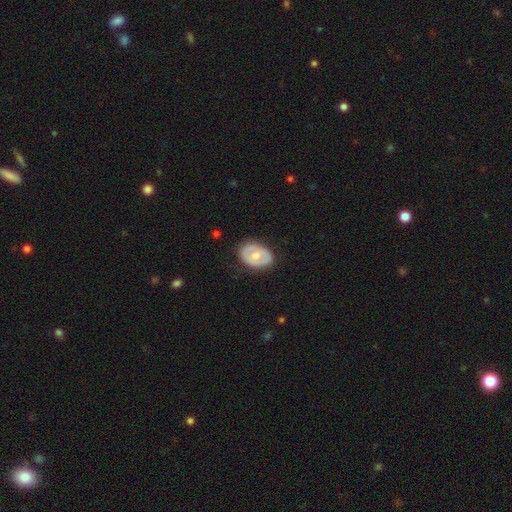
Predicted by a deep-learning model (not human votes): This is possibly a smooth galaxy (51%). How rounded: likely in between (78%). Merging: clearly none (81%).